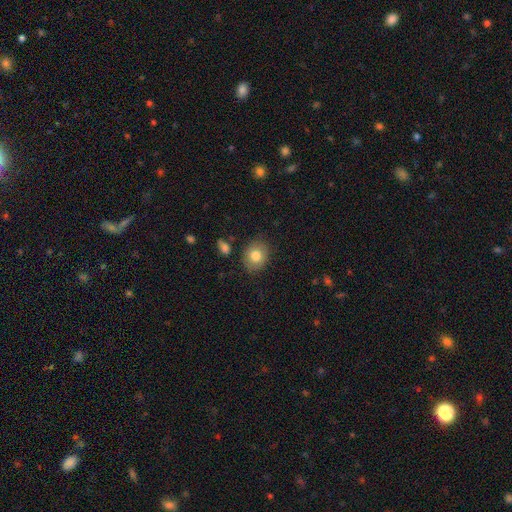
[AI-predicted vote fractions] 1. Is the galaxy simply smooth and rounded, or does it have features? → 79% smooth, 12% featured or disk, 9% star or artifact.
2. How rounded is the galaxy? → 57% round, 42% in between, 1% cigar-shaped.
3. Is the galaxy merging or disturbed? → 83% none, 12% minor disturbance, 3% major disturbance, 2% merger.